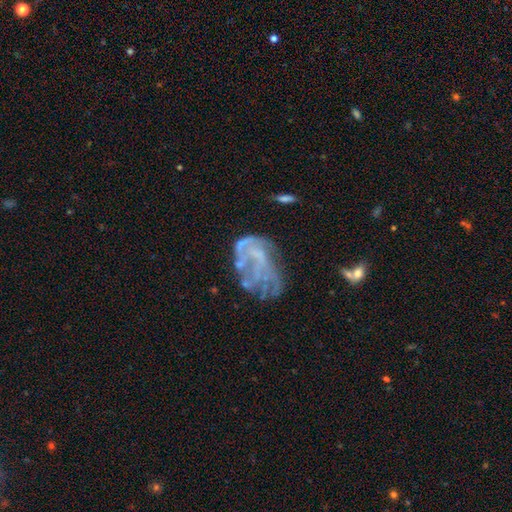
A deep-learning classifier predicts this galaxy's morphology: Smooth or featured? featured or disk (65%)
Edge-on disk? no (97%)
Bar? no (80%)
Spiral arms? no (67%)
Bulge size? none (71%)
Merging? none (42%)